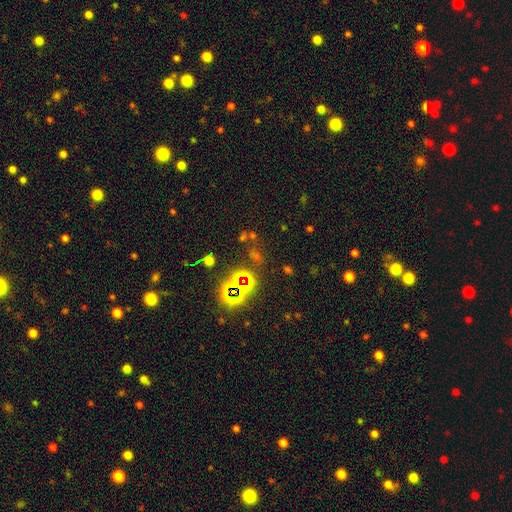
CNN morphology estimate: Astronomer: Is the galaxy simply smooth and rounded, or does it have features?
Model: star or artifact — 70%.